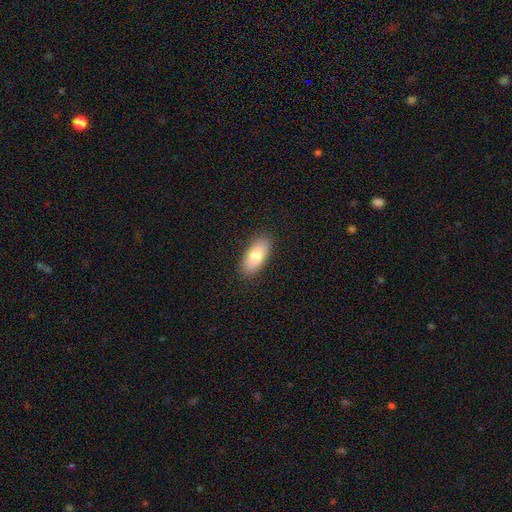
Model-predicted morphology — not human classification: smooth-or-featured: smooth: 80% | featured or disk: 14% | star or artifact: 7%
  how-rounded: in between: 89% | cigar-shaped: 8% | round: 3%
  merging: none: 89% | minor disturbance: 8% | major disturbance: 2% | merger: 1%